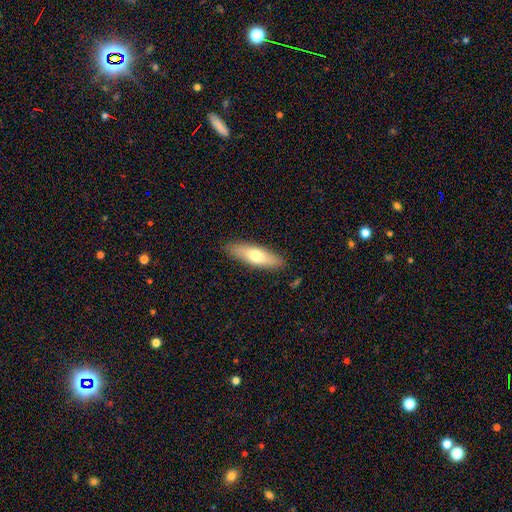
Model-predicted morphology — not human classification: Overall: smooth (63%; featured or disk 31%). How rounded: cigar-shaped (55%; in between 43%). Merging: none (87%).